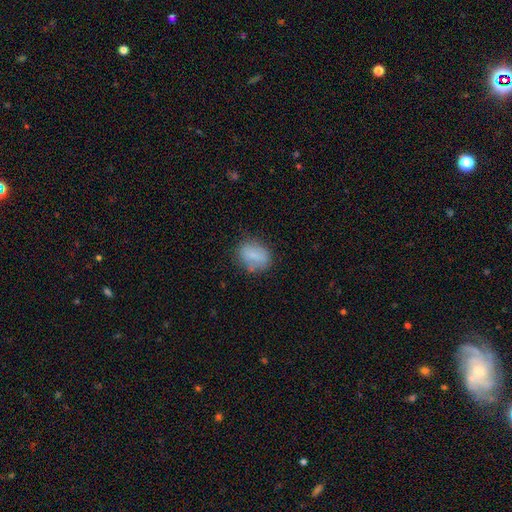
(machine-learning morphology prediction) smooth_or_featured: smooth (p=0.80) [alt: featured or disk p=0.12]
how_rounded: in between (p=0.67) [alt: round p=0.32]
merging: none (p=0.67) [alt: minor disturbance p=0.23]